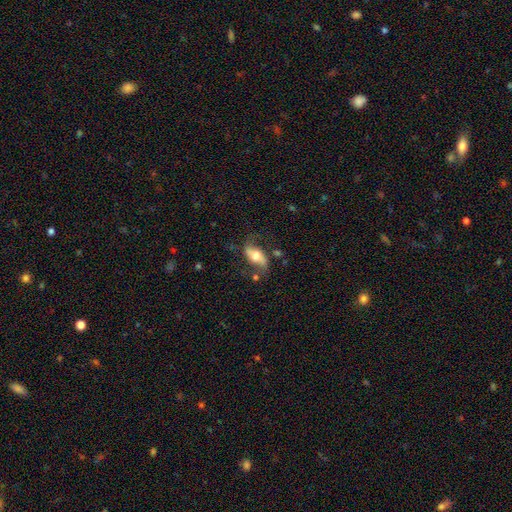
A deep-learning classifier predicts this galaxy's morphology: smooth-or-featured: featured or disk: 53% | smooth: 39% | star or artifact: 8%
  disk-edge-on: no: 85% | yes: 15%
  merging: none: 62% | minor disturbance: 21% | major disturbance: 12% | merger: 4%